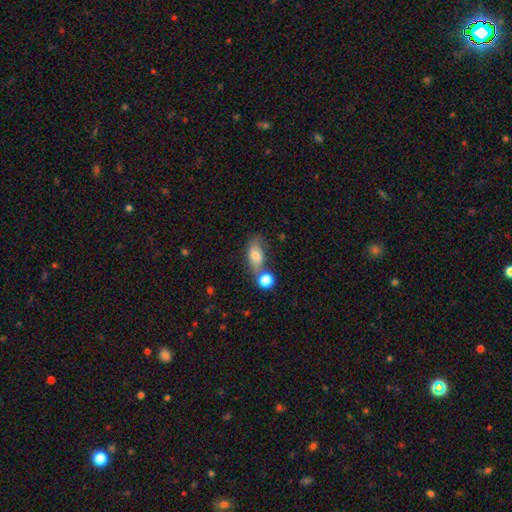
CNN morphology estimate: smooth-or-featured: smooth: 74% | featured or disk: 16% | star or artifact: 10%
  how-rounded: in between: 81% | round: 12% | cigar-shaped: 7%
  merging: none: 44% | merger: 26% | minor disturbance: 20% | major disturbance: 10%